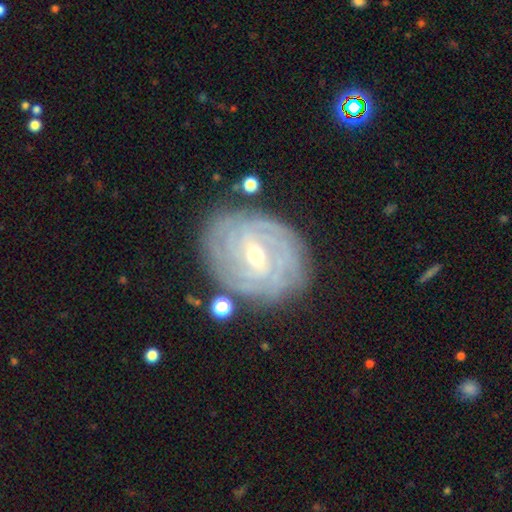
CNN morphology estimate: smooth_or_featured: featured or disk (p=0.88) [alt: smooth p=0.07]
disk_edge_on: no (p=0.97) [alt: yes p=0.03]
bar: weak (p=0.54) [alt: no p=0.24]
has_spiral_arms: yes (p=0.97) [alt: no p=0.03]
spiral_winding: tight (p=0.83) [alt: medium p=0.14]
spiral_arm_count: can't tell (p=0.29) [alt: 4 p=0.28]
bulge_size: moderate (p=0.50) [alt: small p=0.47]
merging: none (p=0.81) [alt: minor disturbance p=0.14]